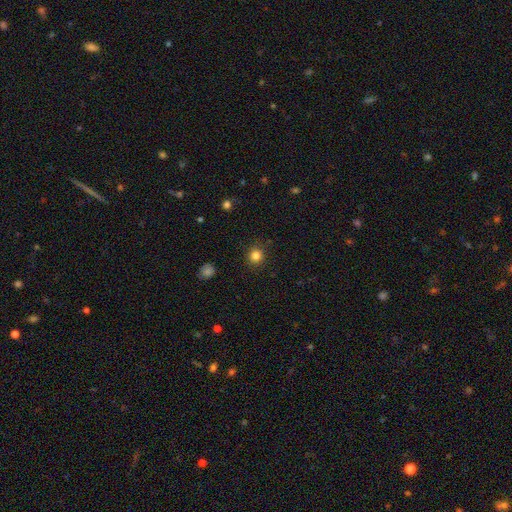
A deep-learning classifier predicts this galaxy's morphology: Smooth or featured: smooth — 83% (star or artifact — 13%)
How rounded: round — 88% (in between — 11%)
Merging: none — 88% (minor disturbance — 9%)